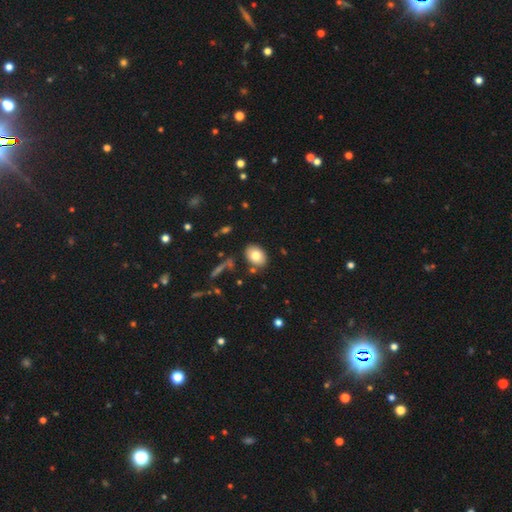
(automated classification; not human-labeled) A smooth galaxy with no disk features (78%) that is in between round and cigar-shaped (77%). Merging: none (84%).